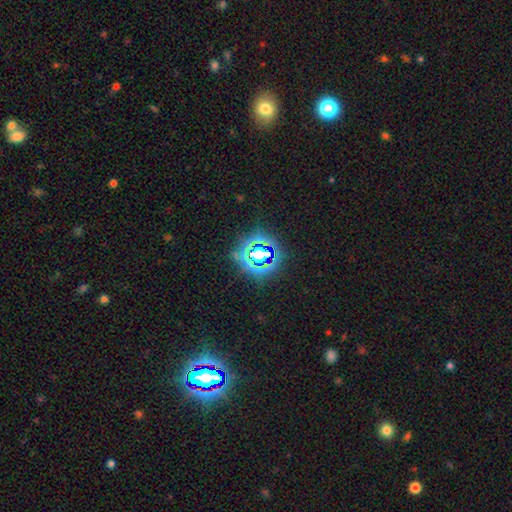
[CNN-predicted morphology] Overall: star or artifact (68%).